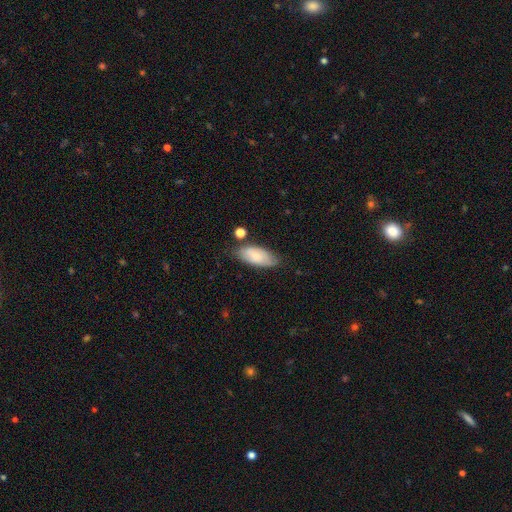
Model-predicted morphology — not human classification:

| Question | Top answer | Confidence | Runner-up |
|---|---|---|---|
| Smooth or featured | smooth | 74% | featured or disk (19%) |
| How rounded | in between | 86% | cigar-shaped (11%) |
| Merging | none | 69% | minor disturbance (21%) |